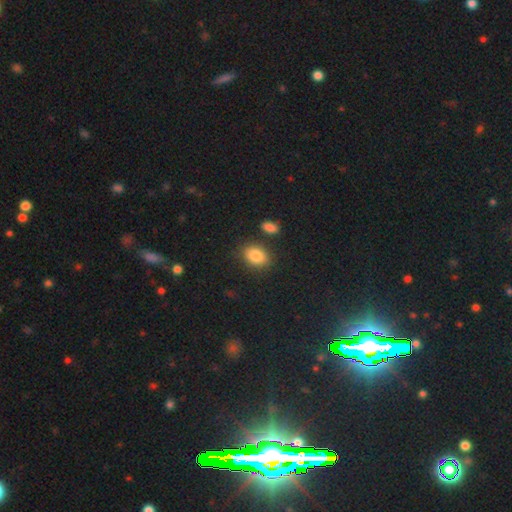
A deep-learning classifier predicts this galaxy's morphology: Smooth or featured?
  - smooth: 85% *
  - star or artifact: 9%
  - featured or disk: 6%
How rounded?
  - in between: 76% *
  - round: 22%
  - cigar-shaped: 1%
Merging?
  - none: 80% *
  - minor disturbance: 11%
  - merger: 6%
  - major disturbance: 3%